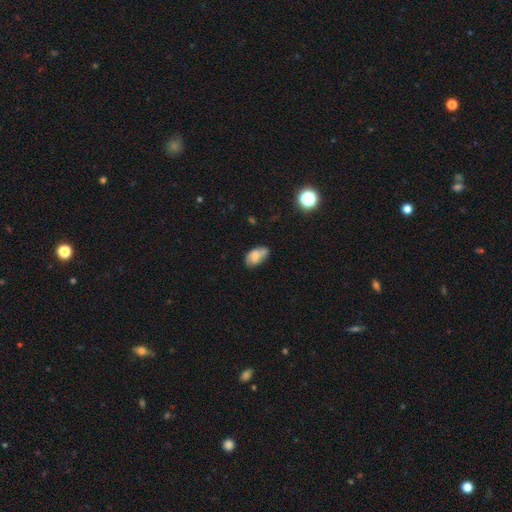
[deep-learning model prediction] The model was most divided on "merging": none: 52%, minor disturbance: 30%, merger: 9%, major disturbance: 8%. More confident: how rounded — in between (91%); smooth or featured — smooth (63%).